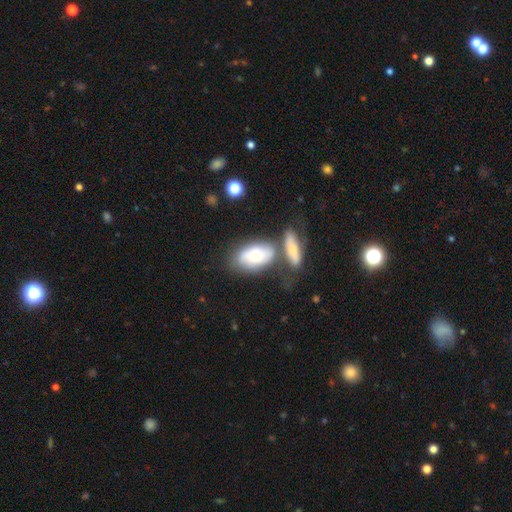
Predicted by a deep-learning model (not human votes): A smooth galaxy with no disk features (62%) that is in between round and cigar-shaped (89%). Merging: none (43%).